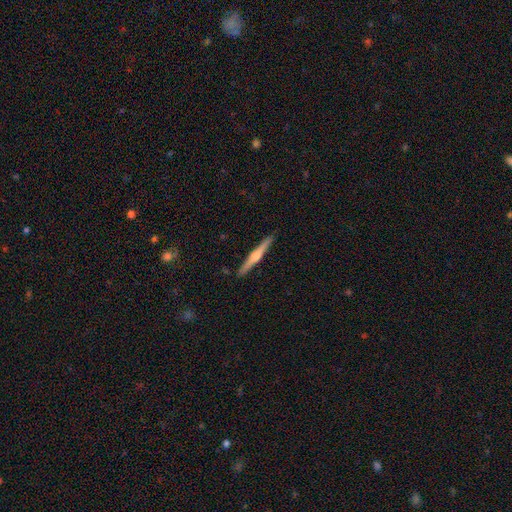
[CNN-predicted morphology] This appears to be a featured or disk galaxy (68%) viewed edge-on (98%) with a rounded central bulge (87%). Merging: none (91%).